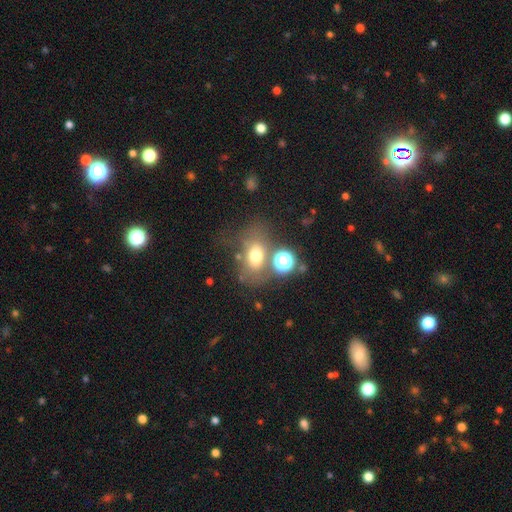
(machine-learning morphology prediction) Overall: smooth (66%). How rounded: in between (70%). Merging: none (50%; minor disturbance 19%).